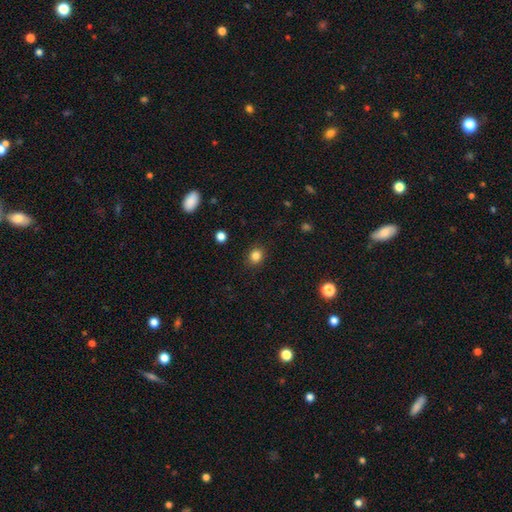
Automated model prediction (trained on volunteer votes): This appears to be a smooth galaxy with no disk features (84%) that is round (67%). Merging: none (88%).